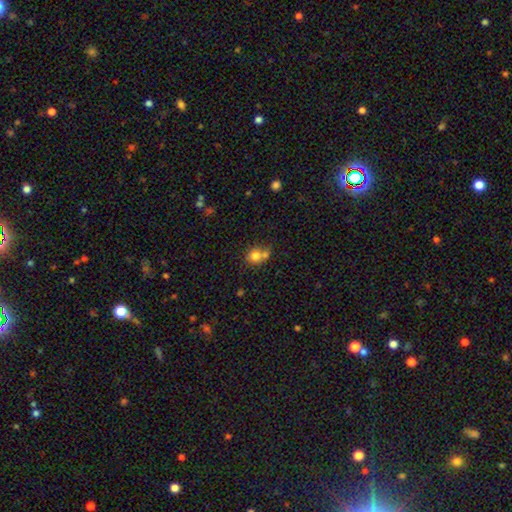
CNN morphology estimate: smooth 78%, star or artifact 11%, featured or disk 10%. Down the decision tree: how rounded — round (78%); merging — none (45%).